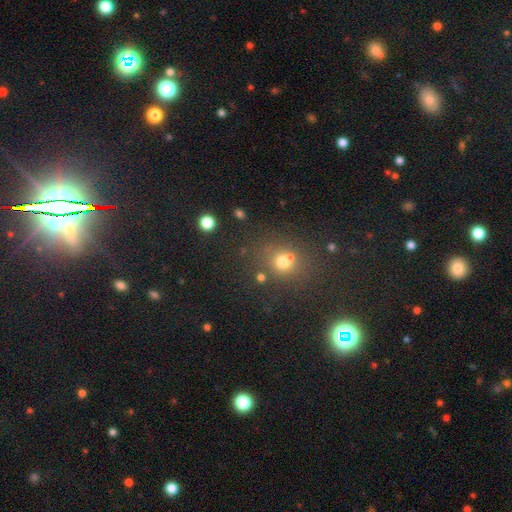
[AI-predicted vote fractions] This is possibly a star or artifact rather than a galaxy (54%).